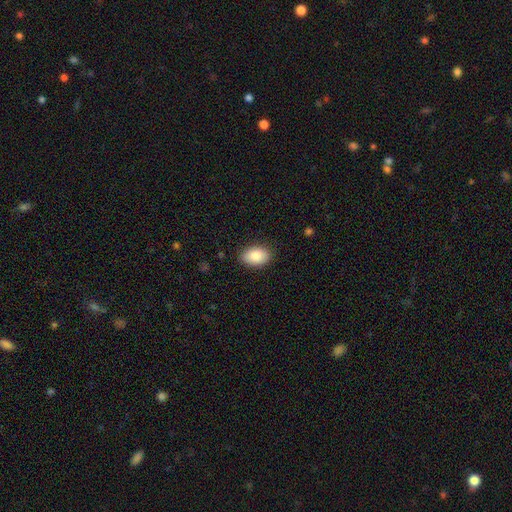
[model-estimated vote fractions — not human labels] Smooth or featured? smooth (86%)
How rounded? in between (88%)
Merging? none (86%)